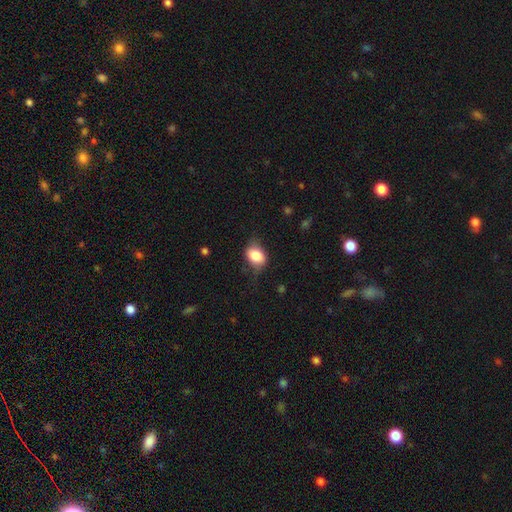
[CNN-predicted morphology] smooth_or_featured: smooth (p=0.78) [alt: featured or disk p=0.14]
how_rounded: in between (p=0.75) [alt: round p=0.23]
merging: none (p=0.63) [alt: minor disturbance p=0.26]